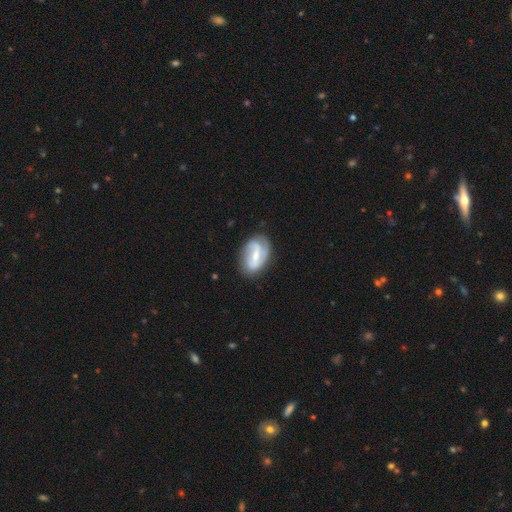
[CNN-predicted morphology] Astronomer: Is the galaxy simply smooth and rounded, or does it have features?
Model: featured or disk — 69%.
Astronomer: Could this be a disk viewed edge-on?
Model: no — 96%.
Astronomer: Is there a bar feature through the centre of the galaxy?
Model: strong — 44% (runner-up: weak, 41%).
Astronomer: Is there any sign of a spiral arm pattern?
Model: yes — 82%.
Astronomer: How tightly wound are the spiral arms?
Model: medium — 38% (runner-up: tight, 36%).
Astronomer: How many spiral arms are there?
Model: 2 — 61%.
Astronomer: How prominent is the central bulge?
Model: small — 44% (runner-up: moderate, 41%).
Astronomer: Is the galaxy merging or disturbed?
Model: none — 70%.